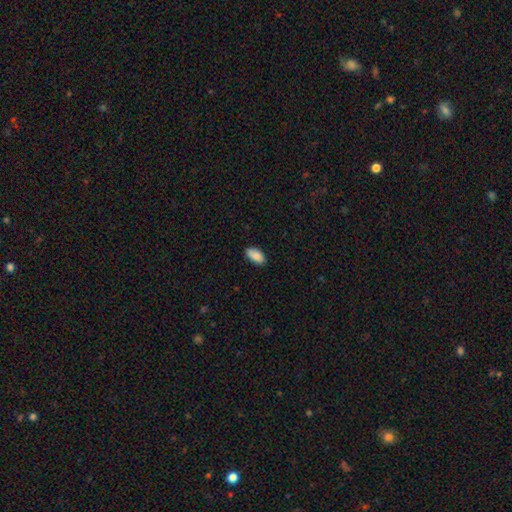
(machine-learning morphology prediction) Q: Smooth or featured?
A: smooth (89%); runner-up: star or artifact (7%)
Q: How rounded?
A: in between (92%); runner-up: cigar-shaped (5%)
Q: Merging?
A: none (84%); runner-up: minor disturbance (13%)